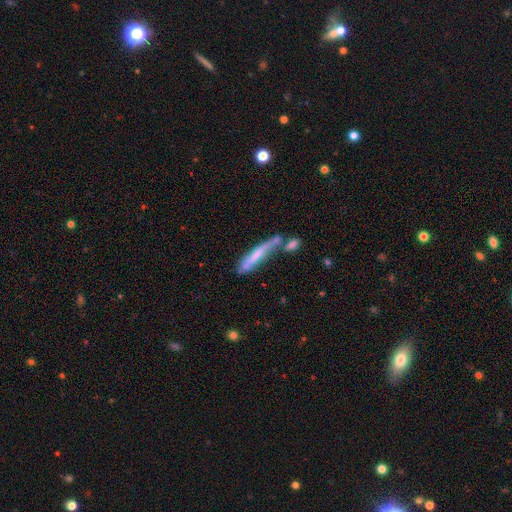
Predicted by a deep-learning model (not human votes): A smooth galaxy with no disk features (50%) that is cigar-shaped (87%). Merging: merger (38%).